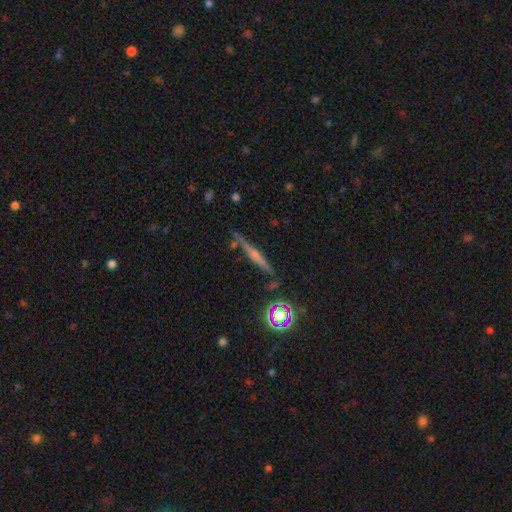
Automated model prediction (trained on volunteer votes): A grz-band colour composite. It shows a featured or disk galaxy (49%). Merging: none (80%).